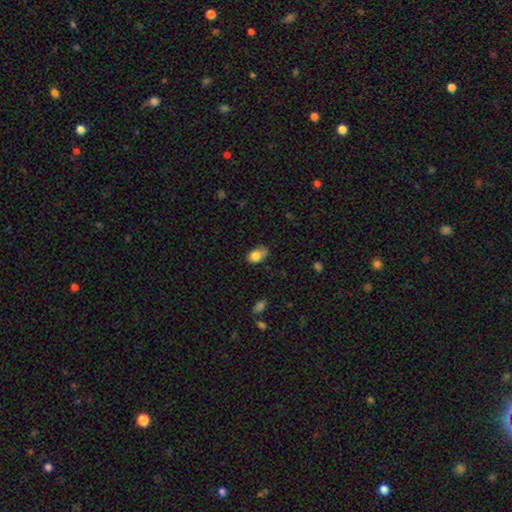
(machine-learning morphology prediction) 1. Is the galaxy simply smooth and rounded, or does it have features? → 80% smooth, 11% featured or disk, 8% star or artifact.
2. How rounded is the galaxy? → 81% in between, 17% round, 2% cigar-shaped.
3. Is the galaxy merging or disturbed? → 47% none, 39% minor disturbance, 11% major disturbance, 3% merger.